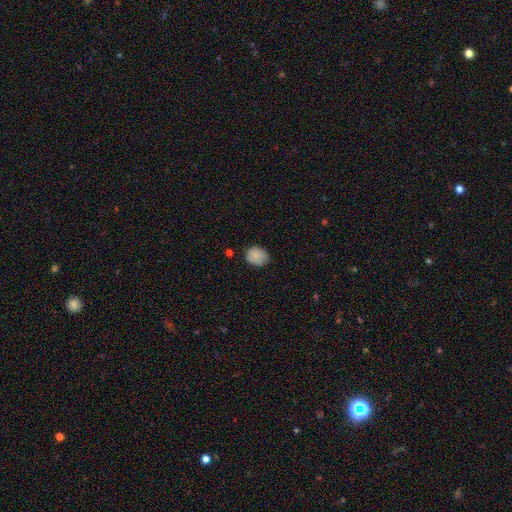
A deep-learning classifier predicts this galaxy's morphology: Smooth or featured? Predicted: smooth (p=0.86). How rounded? Predicted: round (p=0.57). Merging? Predicted: none (p=0.78).